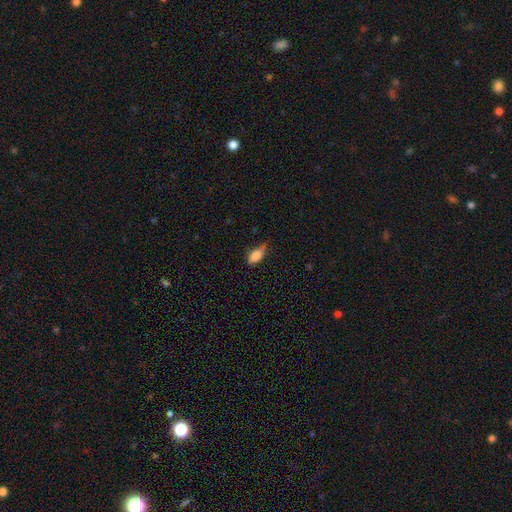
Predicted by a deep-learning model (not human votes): Q: Smooth or featured?
A: smooth (83%); runner-up: featured or disk (10%)
Q: How rounded?
A: in between (86%); runner-up: cigar-shaped (10%)
Q: Merging?
A: none (47%); runner-up: minor disturbance (42%)